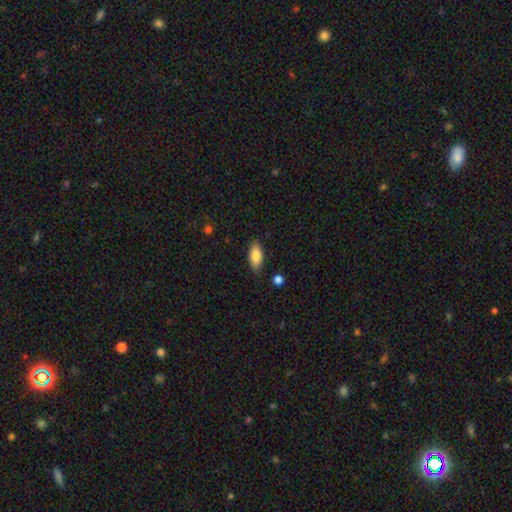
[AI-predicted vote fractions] smooth_or_featured: smooth (p=0.84) [alt: featured or disk p=0.09]
how_rounded: in between (p=0.86) [alt: cigar-shaped p=0.11]
merging: none (p=0.85) [alt: minor disturbance p=0.11]